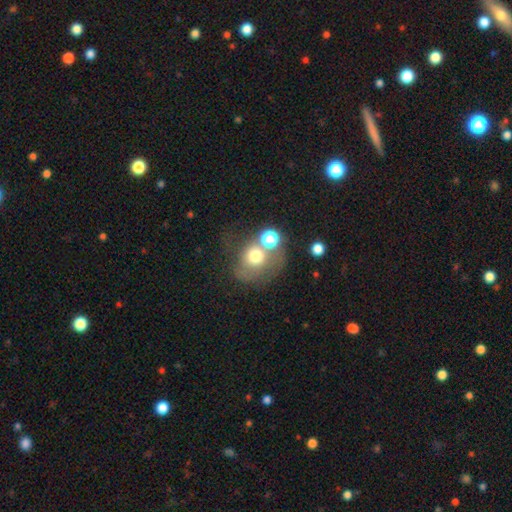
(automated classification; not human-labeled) A smooth galaxy with no disk features (62%) that is round (74%).

Vote fractions:
- Smooth or featured? smooth: 62% / featured or disk: 24% / star or artifact: 14%
- How rounded? round: 74% / in between: 25% / cigar-shaped: 1%
- Merging? none: 34% (tied) / merger: 34% (tied) / major disturbance: 17% / minor disturbance: 15%